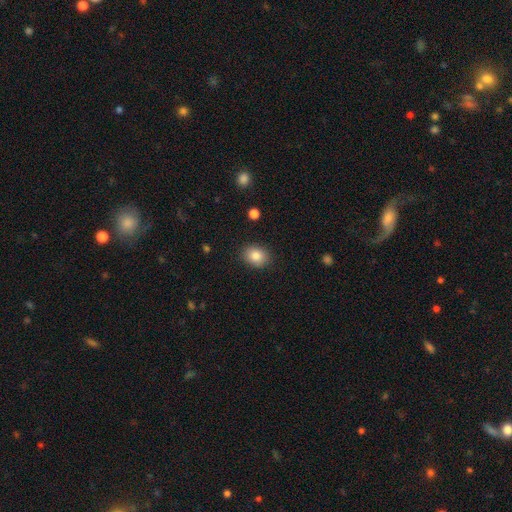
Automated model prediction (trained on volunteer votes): Smooth or featured? smooth (85%)
How rounded? in between (56%)
Merging? none (88%)